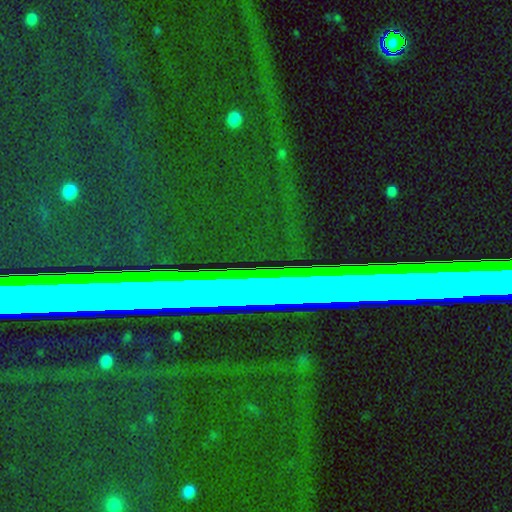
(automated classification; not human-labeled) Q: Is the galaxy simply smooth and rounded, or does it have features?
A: star or artifact — 80%.